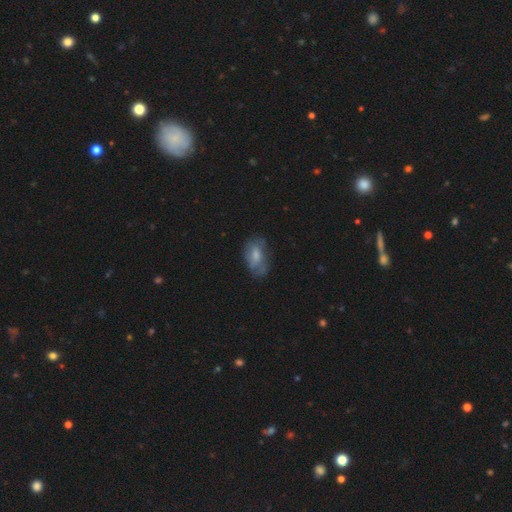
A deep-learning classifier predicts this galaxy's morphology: Smooth or featured? smooth (63%)
How rounded? in between (89%)
Merging? none (52%)